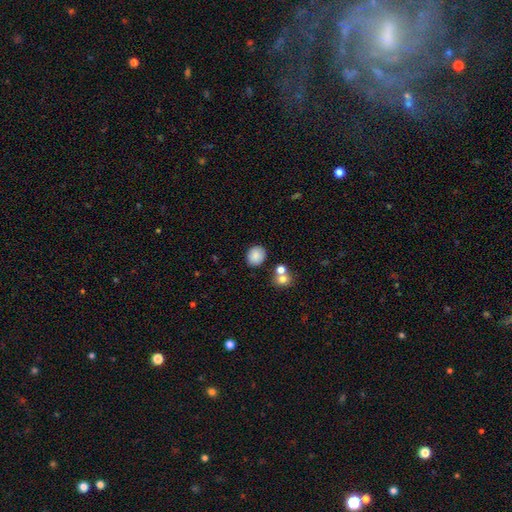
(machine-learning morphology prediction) Smooth or featured: smooth — 84% (star or artifact — 9%)
How rounded: round — 75% (in between — 24%)
Merging: none — 80% (minor disturbance — 10%)